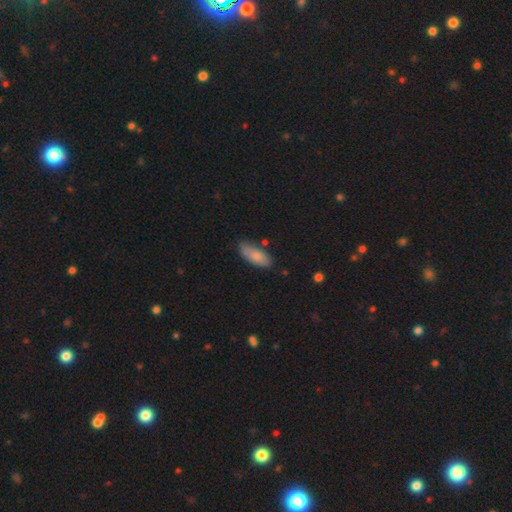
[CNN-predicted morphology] A smooth galaxy with no disk features (81%) that is in between round and cigar-shaped (82%). Merging: none (73%).